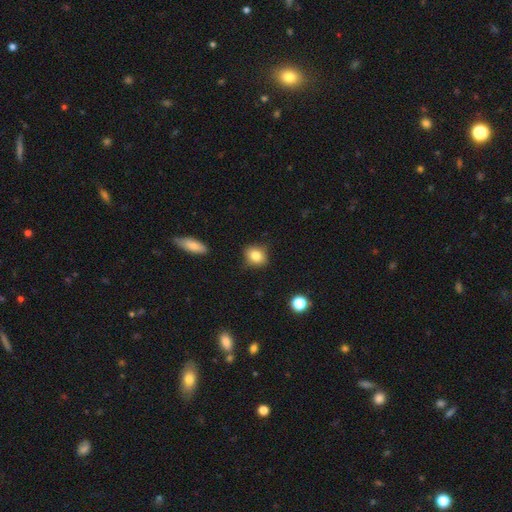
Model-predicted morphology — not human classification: Smooth or featured? smooth (83%)
How rounded? round (61%)
Merging? none (78%)